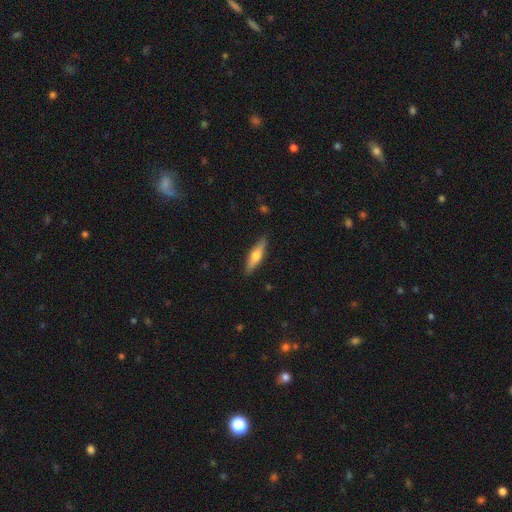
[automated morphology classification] Smooth or featured? Predicted: smooth (p=0.57). How rounded? Predicted: cigar-shaped (p=0.69). Merging? Predicted: none (p=0.88).